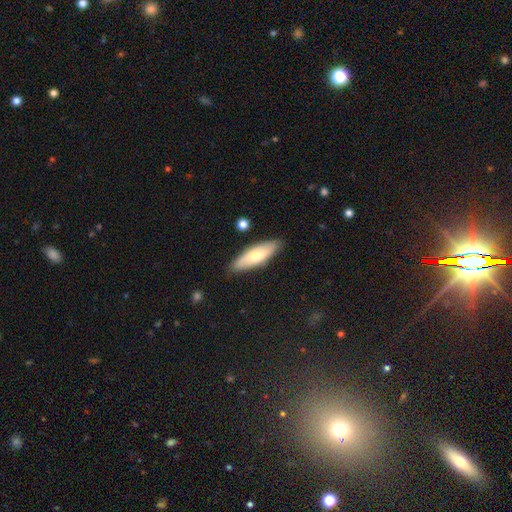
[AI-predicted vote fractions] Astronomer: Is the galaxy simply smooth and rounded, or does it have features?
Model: smooth — 67%.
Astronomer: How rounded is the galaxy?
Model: in between — 51% (runner-up: cigar-shaped, 47%).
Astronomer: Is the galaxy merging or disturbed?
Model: none — 85%.